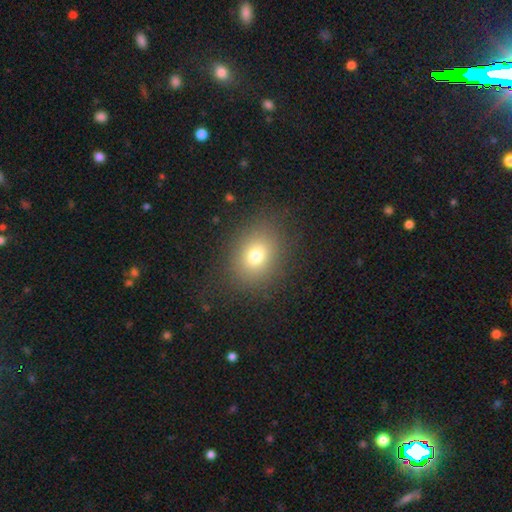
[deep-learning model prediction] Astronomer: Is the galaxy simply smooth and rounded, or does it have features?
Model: smooth — 75%.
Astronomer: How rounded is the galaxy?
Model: in between — 53% (runner-up: round, 46%).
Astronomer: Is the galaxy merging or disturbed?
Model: none — 84%.